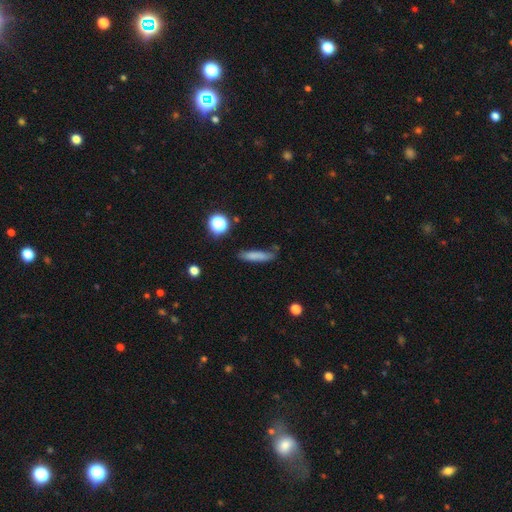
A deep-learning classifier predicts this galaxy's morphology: Smooth or featured? smooth (76%)
How rounded? cigar-shaped (81%)
Merging? none (72%)